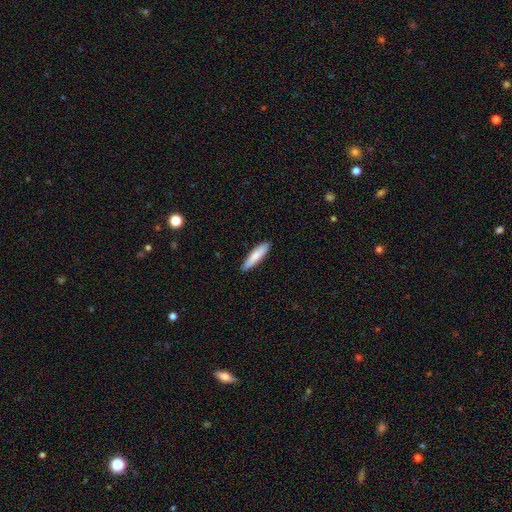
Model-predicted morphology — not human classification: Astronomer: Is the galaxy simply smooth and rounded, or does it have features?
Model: smooth — 80%.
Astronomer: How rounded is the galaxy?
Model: cigar-shaped — 81%.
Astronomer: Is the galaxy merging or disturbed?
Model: none — 90%.